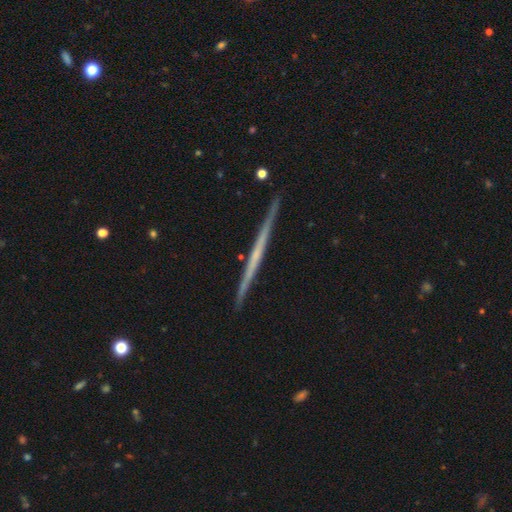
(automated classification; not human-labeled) Q: Smooth or featured?
A: featured or disk (67%); runner-up: smooth (28%)
Q: Edge-on disk?
A: yes (98%); runner-up: no (2%)
Q: Edge-on bulge?
A: none (88%); runner-up: rounded (8%)
Q: Merging?
A: none (91%); runner-up: minor disturbance (6%)